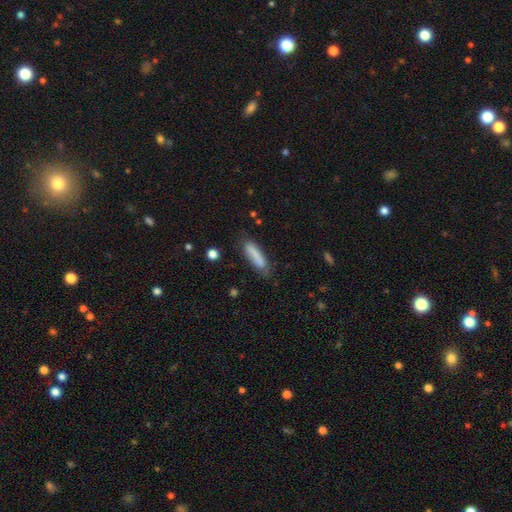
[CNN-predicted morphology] Smooth or featured? Predicted: smooth (p=0.81). How rounded? Predicted: cigar-shaped (p=0.69). Merging? Predicted: none (p=0.67).